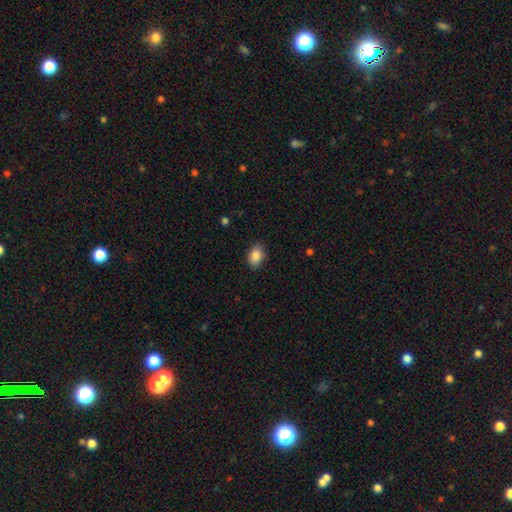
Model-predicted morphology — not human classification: The model was most divided on "how rounded": in between: 82%, round: 16%, cigar-shaped: 1%. More confident: smooth or featured — smooth (87%); merging — none (84%).